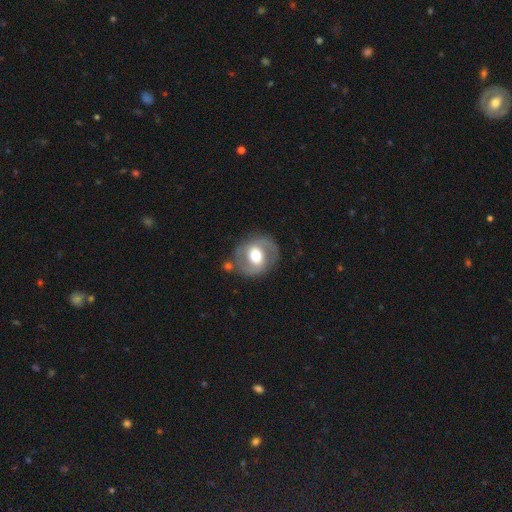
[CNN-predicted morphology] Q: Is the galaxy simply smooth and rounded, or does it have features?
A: featured or disk — 64%.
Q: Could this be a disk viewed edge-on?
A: no — 96%.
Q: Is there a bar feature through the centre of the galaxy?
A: no — 40%.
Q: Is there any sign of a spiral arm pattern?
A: yes — 66%.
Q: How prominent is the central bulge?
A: moderate — 63%.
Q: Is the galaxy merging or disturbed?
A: none — 76%.